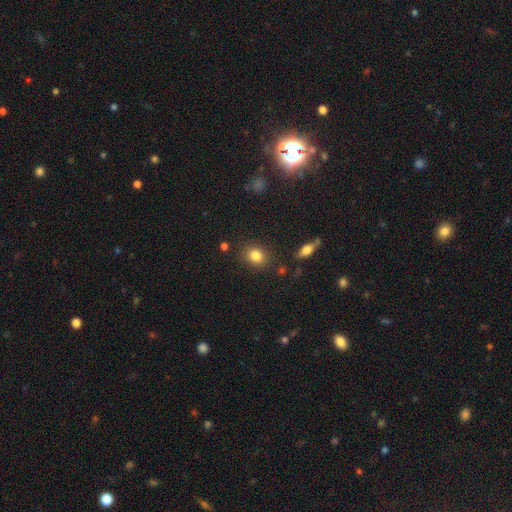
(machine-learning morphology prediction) A smooth galaxy with no disk features (83%) that is round (61%). Merging: none (84%).